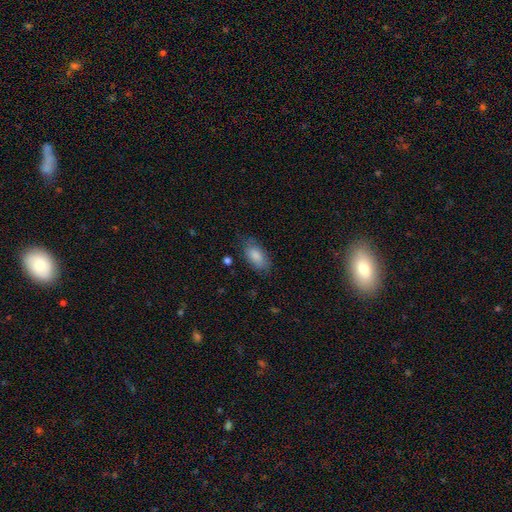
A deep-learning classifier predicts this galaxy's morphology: smooth 86%, featured or disk 8%, star or artifact 7%. Down the decision tree: how rounded — in between (91%); merging — none (74%).